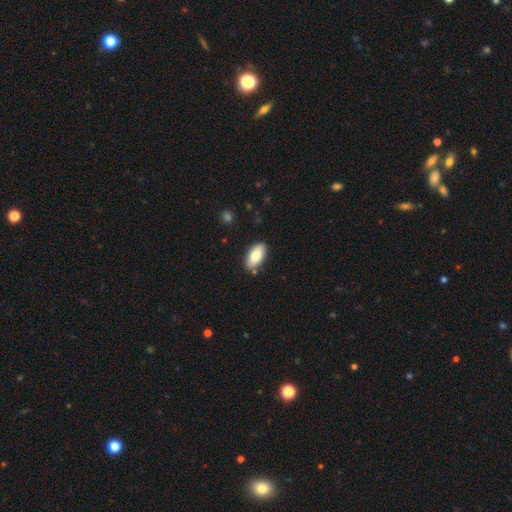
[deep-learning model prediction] smooth_or_featured: smooth (p=0.82) [alt: featured or disk p=0.12]
how_rounded: in between (p=0.92) [alt: cigar-shaped p=0.06]
merging: none (p=0.84) [alt: minor disturbance p=0.12]